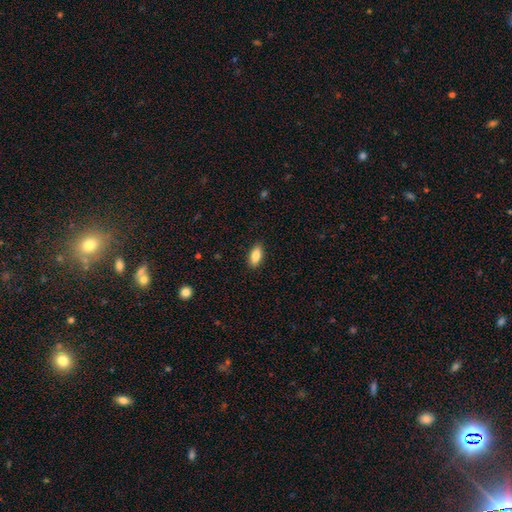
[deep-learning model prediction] Q: Smooth or featured?
A: smooth (85%); runner-up: featured or disk (8%)
Q: How rounded?
A: in between (88%); runner-up: cigar-shaped (9%)
Q: Merging?
A: none (89%); runner-up: minor disturbance (8%)